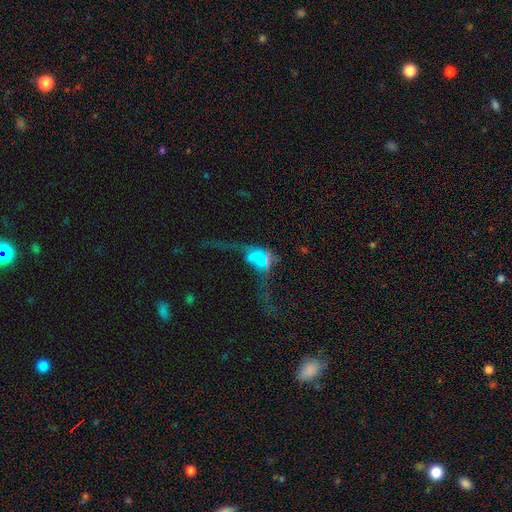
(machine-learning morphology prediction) This is possibly a featured or disk galaxy (57%). It is possibly not viewed edge-on (55%). Merging: marginally major disturbance (37%).